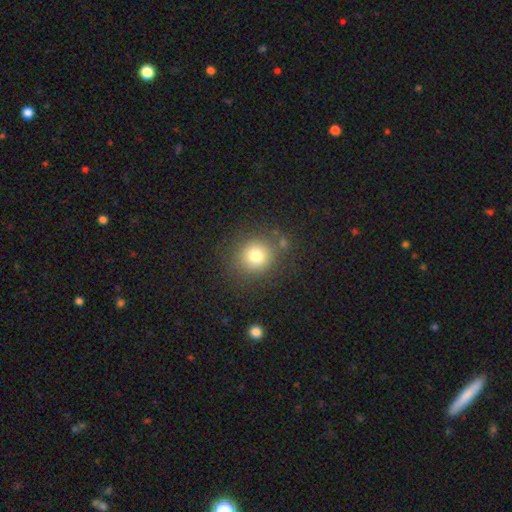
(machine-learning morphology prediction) Smooth or featured? smooth (77%)
How rounded? round (88%)
Merging? none (80%)